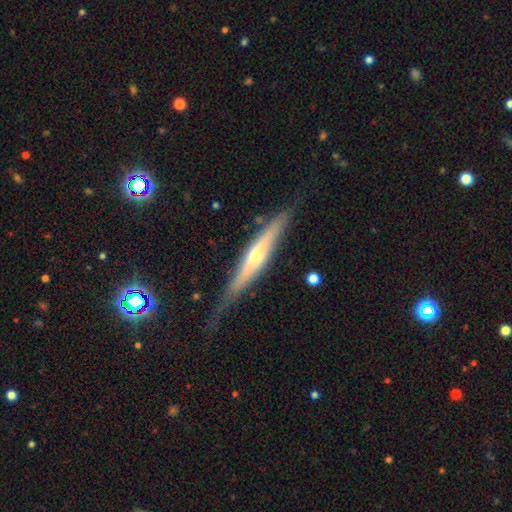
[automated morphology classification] Smooth or featured? featured or disk (60%)
Edge-on disk? yes (91%)
Edge-on bulge? rounded (71%)
Merging? none (68%)